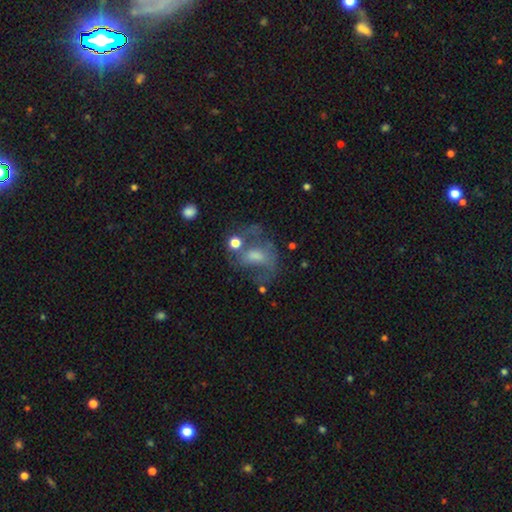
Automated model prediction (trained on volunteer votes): Smooth or featured: featured or disk — 54% (smooth — 33%)
Edge-on disk: no — 96% (yes — 4%)
Bar: no — 50% (weak — 38%)
Spiral arms: yes — 54% (no — 46%)
Bulge size: moderate — 40% (small — 28%)
Merging: none — 38% (major disturbance — 30%)